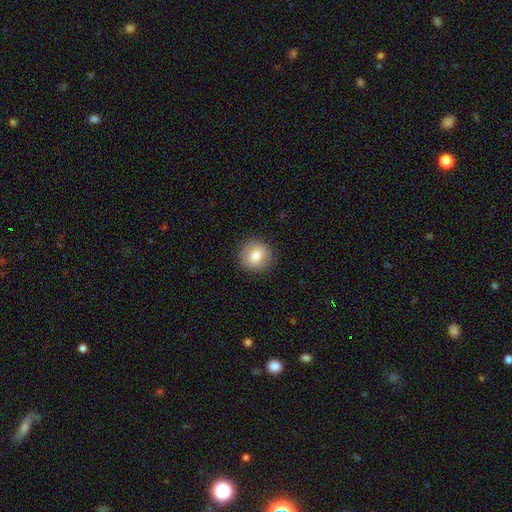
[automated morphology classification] Smooth or featured? Predicted: smooth (p=0.80). How rounded? Predicted: round (p=0.89). Merging? Predicted: none (p=0.89).